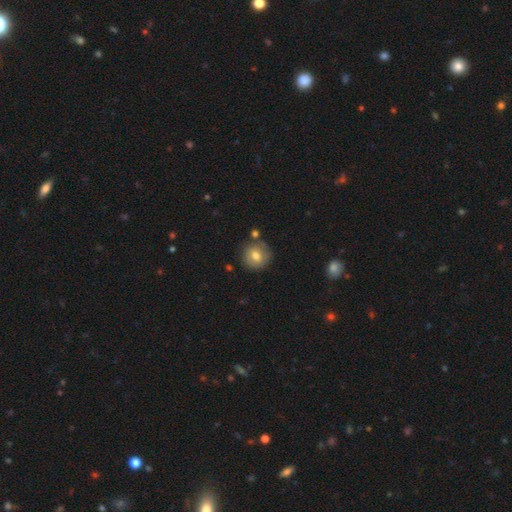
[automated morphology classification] smooth-or-featured: smooth: 72% | featured or disk: 18% | star or artifact: 9%
  how-rounded: round: 90% | in between: 9% | cigar-shaped: 1%
  merging: none: 79% | minor disturbance: 12% | merger: 6% | major disturbance: 3%